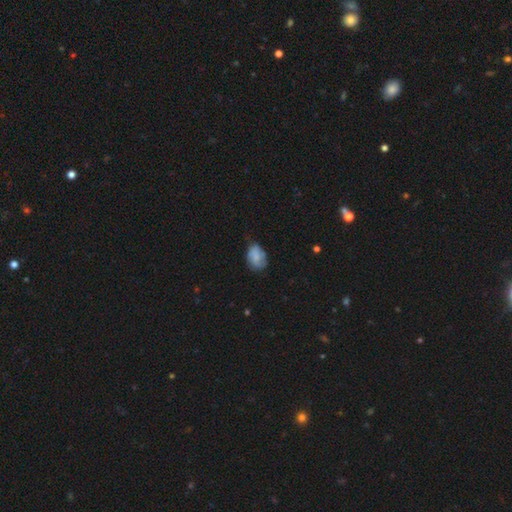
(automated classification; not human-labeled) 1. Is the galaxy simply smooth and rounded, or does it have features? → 76% smooth, 16% featured or disk, 8% star or artifact.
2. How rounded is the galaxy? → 80% in between, 18% round, 1% cigar-shaped.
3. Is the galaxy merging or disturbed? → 56% none, 34% minor disturbance, 8% major disturbance, 2% merger.